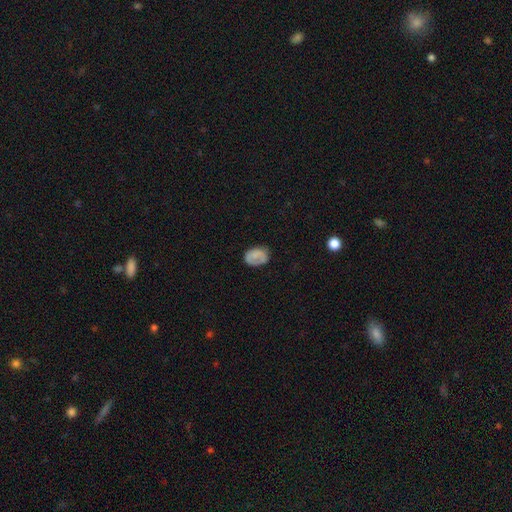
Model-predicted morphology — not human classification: This is likely a smooth galaxy (73%). How rounded: likely in between (74%). Merging: likely none (69%).